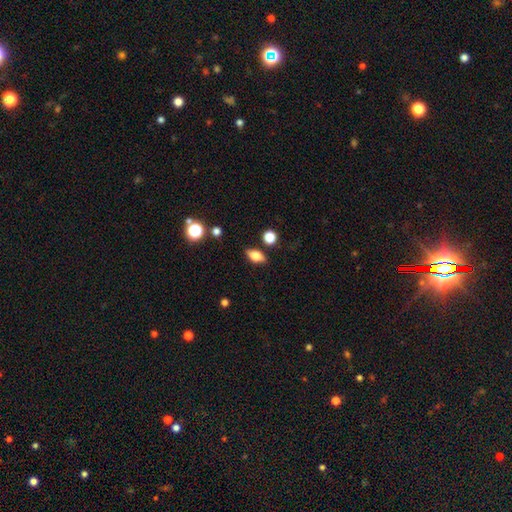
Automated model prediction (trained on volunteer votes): Q: Smooth or featured?
A: smooth (71%); runner-up: featured or disk (19%)
Q: How rounded?
A: in between (80%); runner-up: round (10%)
Q: Merging?
A: none (83%); runner-up: minor disturbance (11%)